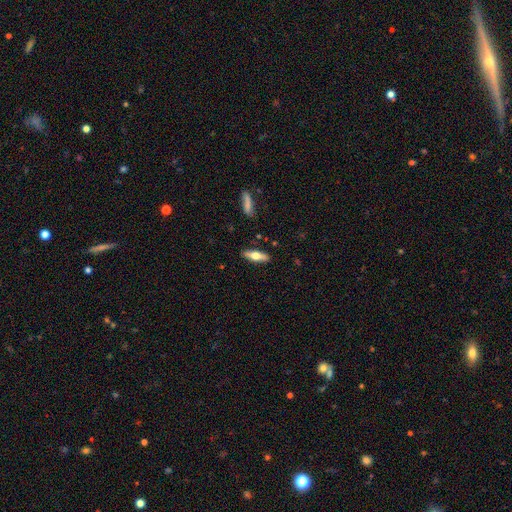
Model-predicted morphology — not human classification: A smooth galaxy with no disk features (53%) that is cigar-shaped (53%).

Vote fractions:
- Smooth or featured? smooth: 53% / featured or disk: 41% / star or artifact: 6%
- How rounded? cigar-shaped: 53% / in between: 45% / round: 2%
- Merging? none: 87% / minor disturbance: 9% / major disturbance: 2% / merger: 2%